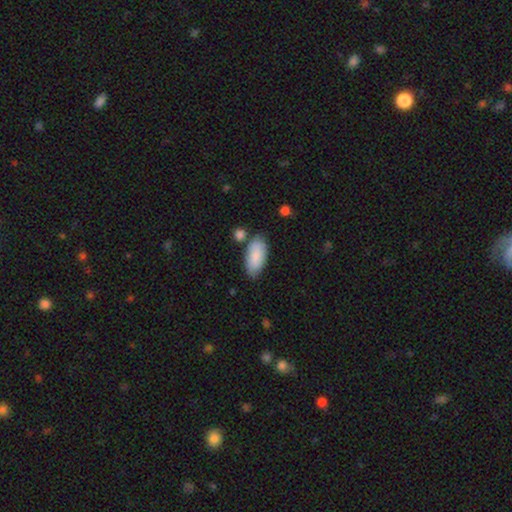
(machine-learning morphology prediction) Smooth or featured? Predicted: smooth (p=0.83). How rounded? Predicted: in between (p=0.91). Merging? Predicted: none (p=0.69).